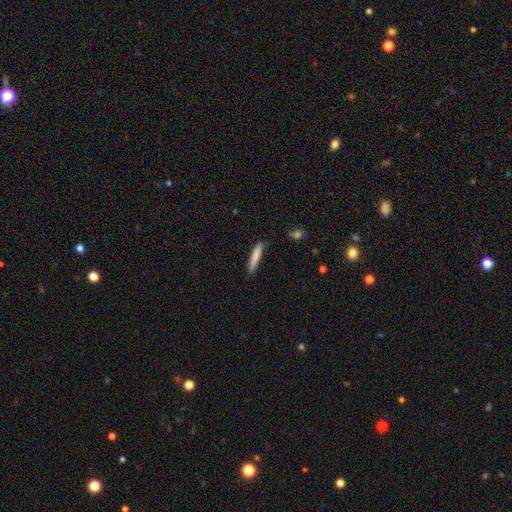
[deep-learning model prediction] The model was most divided on "smooth or featured": smooth: 80%, featured or disk: 14%, star or artifact: 6%. More confident: how rounded — cigar-shaped (92%); merging — none (82%).